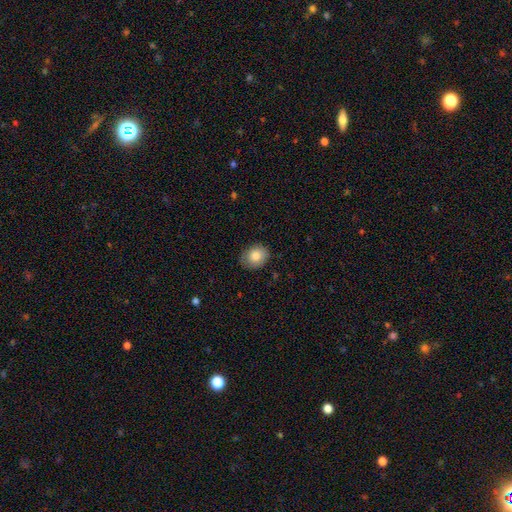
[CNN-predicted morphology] Smooth or featured? Predicted: smooth (p=0.83). How rounded? Predicted: round (p=0.54). Merging? Predicted: none (p=0.81).